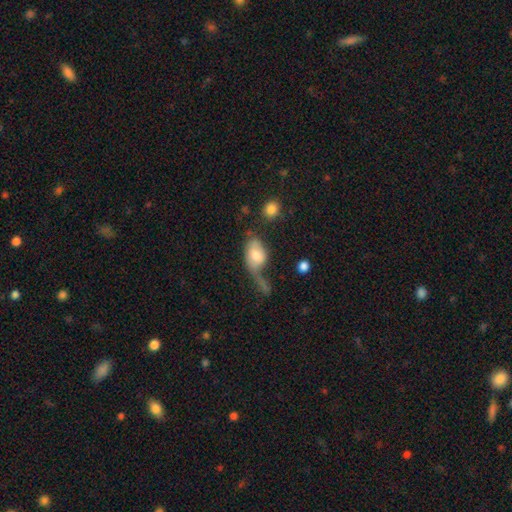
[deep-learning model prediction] Q: Smooth or featured?
A: smooth (67%); runner-up: featured or disk (26%)
Q: How rounded?
A: in between (86%); runner-up: round (12%)
Q: Merging?
A: major disturbance (37%); runner-up: none (23%)